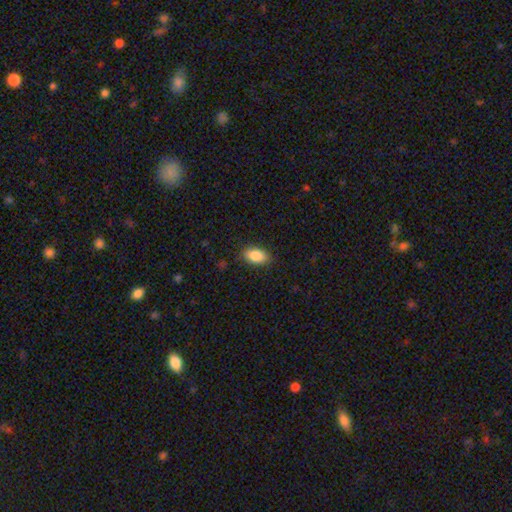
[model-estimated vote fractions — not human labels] smooth_or_featured: smooth (p=0.87) [alt: star or artifact p=0.07]
how_rounded: in between (p=0.91) [alt: round p=0.07]
merging: none (p=0.87) [alt: minor disturbance p=0.10]